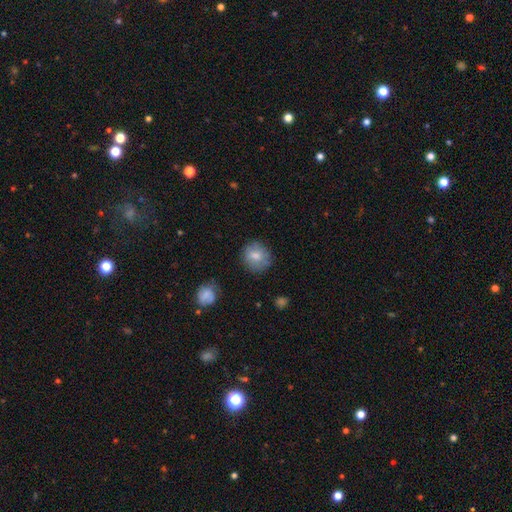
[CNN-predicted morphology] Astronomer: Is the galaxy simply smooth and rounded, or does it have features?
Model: smooth — 77%.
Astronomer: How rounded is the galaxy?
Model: round — 84%.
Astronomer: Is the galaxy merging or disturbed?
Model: none — 77%.